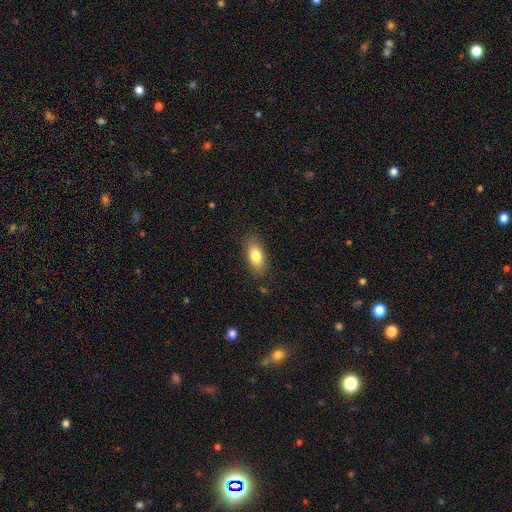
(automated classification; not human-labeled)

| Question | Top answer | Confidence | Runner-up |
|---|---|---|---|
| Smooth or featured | smooth | 79% | featured or disk (13%) |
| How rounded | in between | 87% | cigar-shaped (7%) |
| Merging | none | 85% | minor disturbance (11%) |